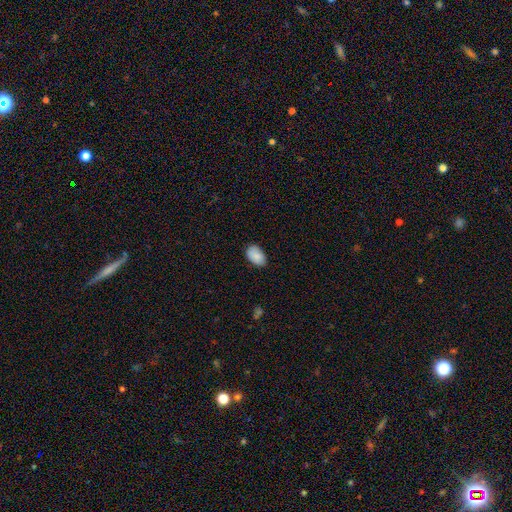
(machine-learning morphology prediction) Smooth or featured?
  - smooth: 87% *
  - star or artifact: 7%
  - featured or disk: 6%
How rounded?
  - in between: 91% *
  - round: 8%
  - cigar-shaped: 1%
Merging?
  - none: 79% *
  - minor disturbance: 17%
  - major disturbance: 3%
  - merger: 1%